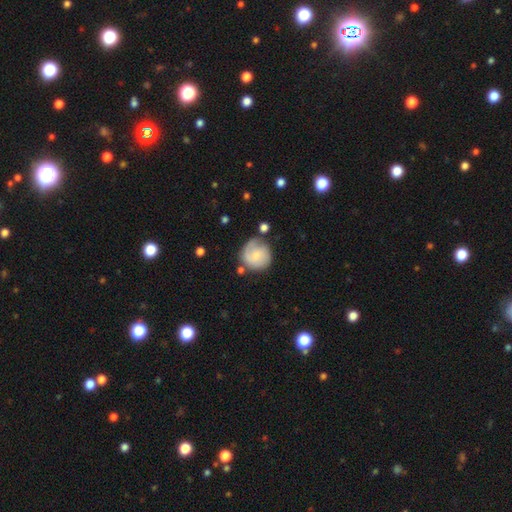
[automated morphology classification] Smooth or featured? Predicted: smooth (p=0.55). How rounded? Predicted: round (p=0.90). Merging? Predicted: none (p=0.63).